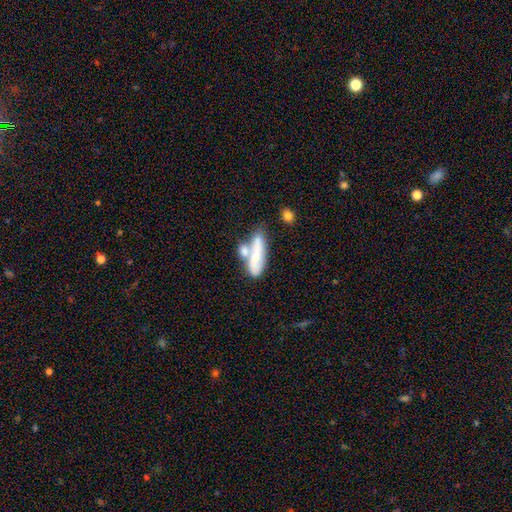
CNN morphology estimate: A smooth galaxy with no disk features (54%) that is in between round and cigar-shaped (55%). Merging: merger (46%).